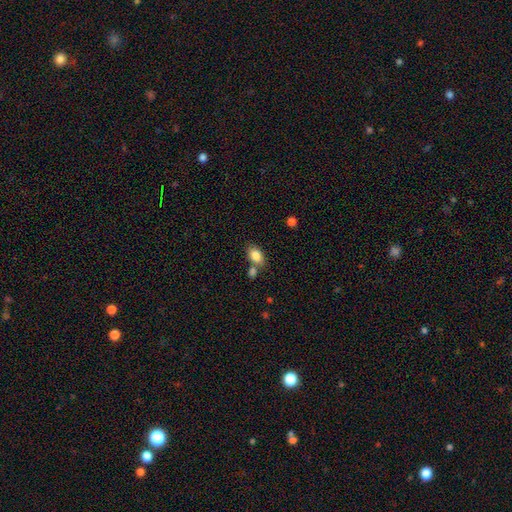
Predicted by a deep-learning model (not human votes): Overall: smooth (83%). How rounded: in between (85%). Merging: none (61%; merger 22%).